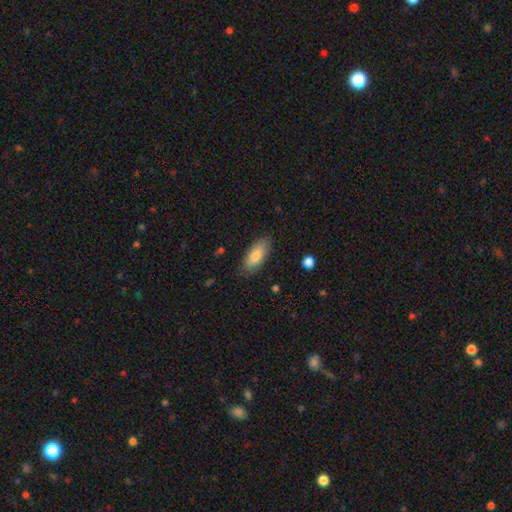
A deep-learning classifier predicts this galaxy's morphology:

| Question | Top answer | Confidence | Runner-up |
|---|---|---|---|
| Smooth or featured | smooth | 80% | featured or disk (14%) |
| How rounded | in between | 86% | cigar-shaped (12%) |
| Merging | none | 82% | minor disturbance (14%) |